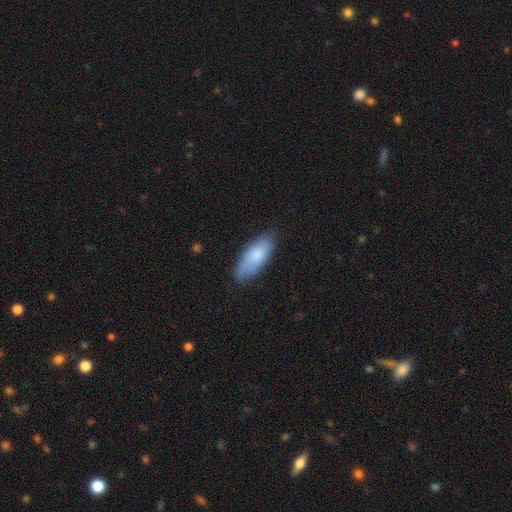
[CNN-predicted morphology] A smooth galaxy with no disk features (80%) that is in between round and cigar-shaped (78%).

Vote fractions:
- Smooth or featured? smooth: 80% / featured or disk: 15% / star or artifact: 6%
- How rounded? in between: 78% / cigar-shaped: 20% / round: 2%
- Merging? none: 78% / minor disturbance: 17% / major disturbance: 3% / merger: 1%